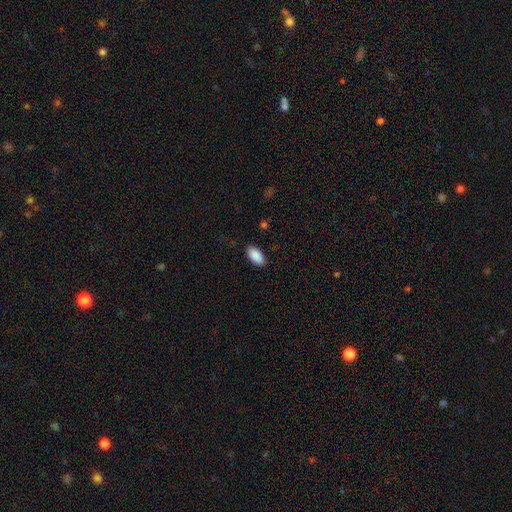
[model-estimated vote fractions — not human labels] A smooth galaxy with no disk features (90%) that is in between round and cigar-shaped (94%). Merging: none (87%).